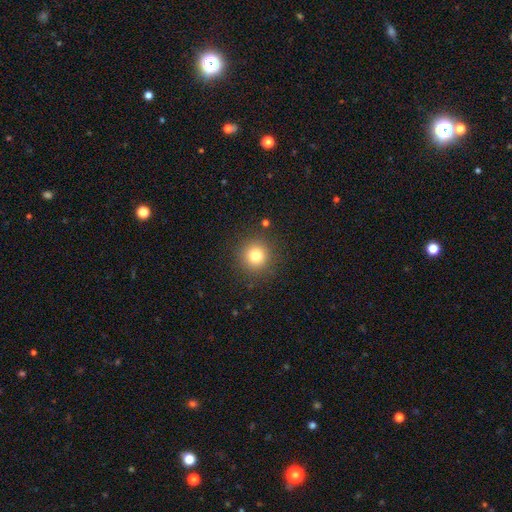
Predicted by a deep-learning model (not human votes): The model was most divided on "smooth or featured": smooth: 79%, star or artifact: 14%, featured or disk: 8%. More confident: how rounded — round (95%); merging — none (89%).